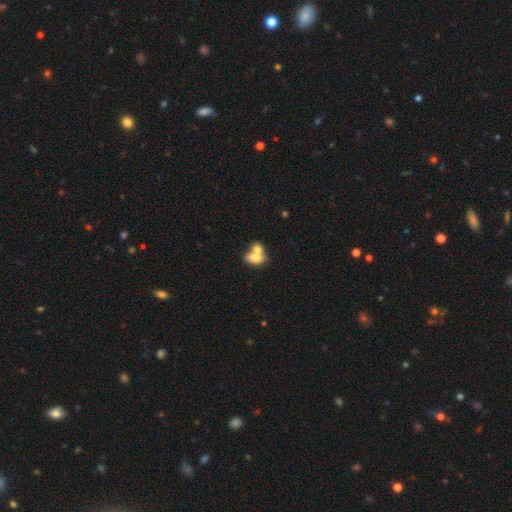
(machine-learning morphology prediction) smooth 74%, featured or disk 18%, star or artifact 8%. Down the decision tree: how rounded — in between (79%); merging — merger (66%).